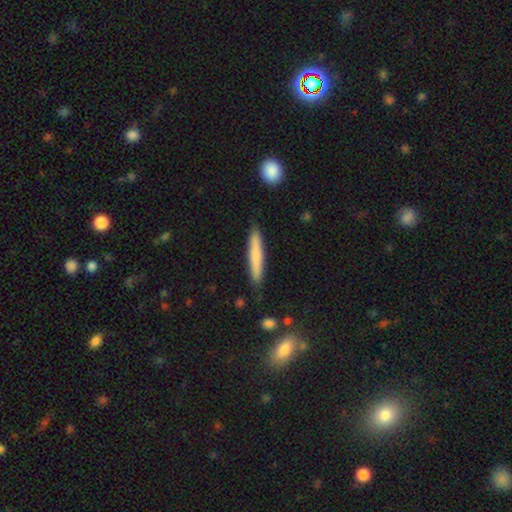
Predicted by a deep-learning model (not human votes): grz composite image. It shows a smooth galaxy with no disk features (72%) that is cigar-shaped (93%). Merging: none (88%).